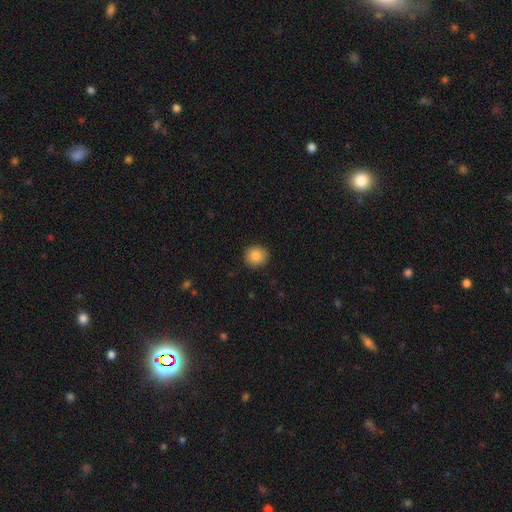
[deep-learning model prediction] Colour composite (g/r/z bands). It shows a smooth galaxy with no disk features (85%) that is round (88%). Merging: none (91%).